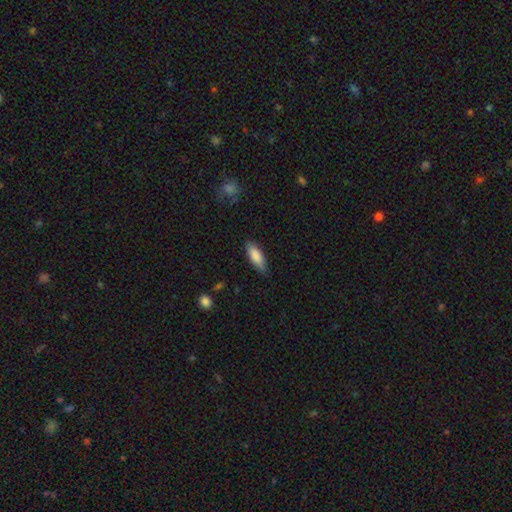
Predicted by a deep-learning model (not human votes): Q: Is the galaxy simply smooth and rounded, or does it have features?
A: smooth — 85%.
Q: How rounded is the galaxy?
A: in between — 64%.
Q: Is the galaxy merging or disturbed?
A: none — 81%.